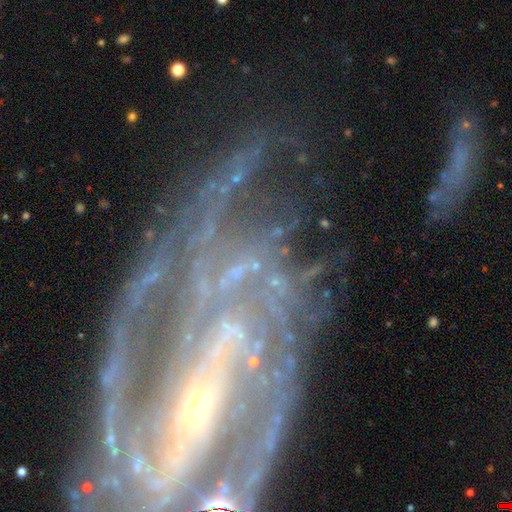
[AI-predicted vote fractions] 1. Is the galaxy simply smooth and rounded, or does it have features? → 74% featured or disk, 18% star or artifact, 8% smooth.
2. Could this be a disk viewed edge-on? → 95% no, 5% yes.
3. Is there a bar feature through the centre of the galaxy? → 42% no, 29% weak, 29% strong.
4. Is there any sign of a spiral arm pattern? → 88% yes, 12% no.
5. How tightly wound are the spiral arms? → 56% tight, 30% medium, 14% loose.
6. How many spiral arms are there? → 30% can't tell, 19% 2, 15% 3, 12% more than 4, 12% 4, 11% 1.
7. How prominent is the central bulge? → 61% small, 18% moderate, 15% none, 4% large, 2% dominant.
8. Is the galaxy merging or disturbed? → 57% none, 20% major disturbance, 17% minor disturbance, 5% merger.